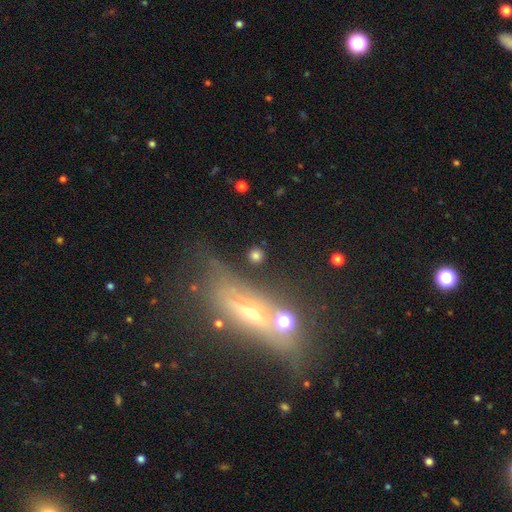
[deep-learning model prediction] smooth 70%, featured or disk 15%, star or artifact 15%. Down the decision tree: how rounded — round (85%); merging — none (84%).